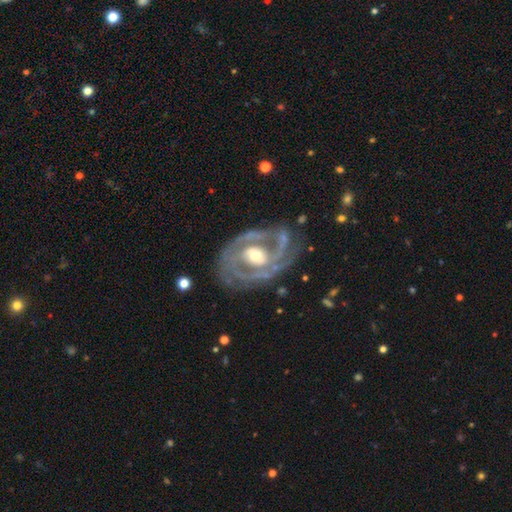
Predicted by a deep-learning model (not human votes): Smooth or featured: featured or disk — 88% (smooth — 7%)
Edge-on disk: no — 96% (yes — 4%)
Bar: no — 49% (weak — 32%)
Spiral arms: yes — 90% (no — 10%)
Spiral winding: tight — 51% (medium — 38%)
Spiral arm count: 2 — 62% (can't tell — 14%)
Bulge size: moderate — 65% (small — 23%)
Merging: none — 68% (minor disturbance — 19%)